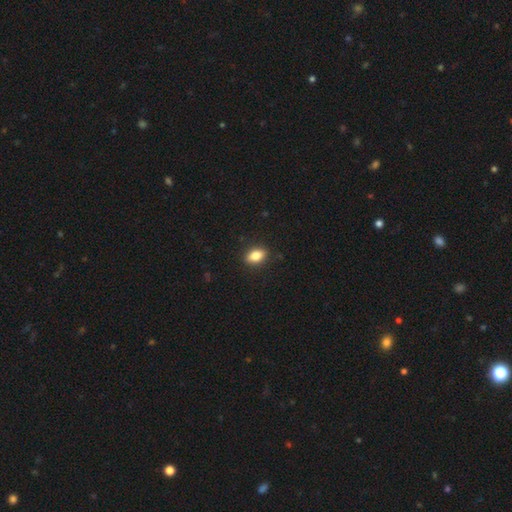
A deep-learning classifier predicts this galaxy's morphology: smooth_or_featured: smooth (p=0.81) [alt: featured or disk p=0.10]
how_rounded: in between (p=0.83) [alt: round p=0.11]
merging: none (p=0.89) [alt: minor disturbance p=0.08]